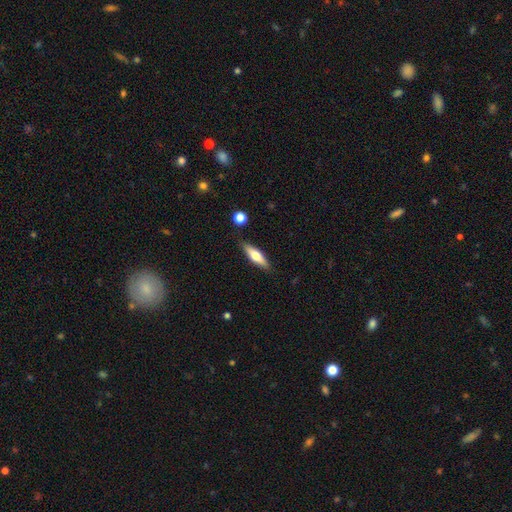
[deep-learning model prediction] A smooth galaxy with no disk features (55%) that is cigar-shaped (60%).

Vote fractions:
- Smooth or featured? smooth: 55% / featured or disk: 38% / star or artifact: 6%
- How rounded? cigar-shaped: 60% / in between: 38% / round: 2%
- Merging? none: 86% / minor disturbance: 10% / merger: 2% / major disturbance: 2%